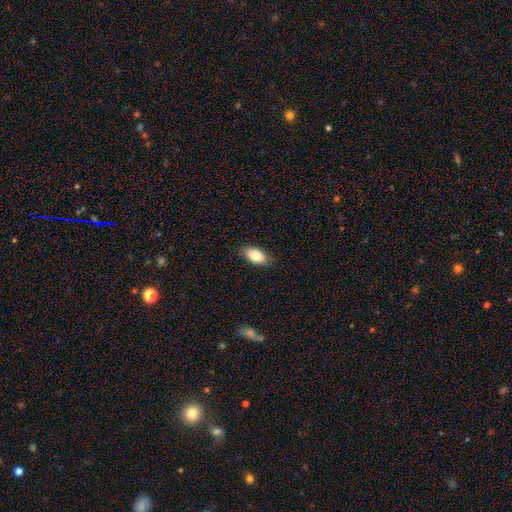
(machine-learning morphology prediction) Smooth or featured? Predicted: smooth (p=0.81). How rounded? Predicted: in between (p=0.92). Merging? Predicted: none (p=0.86).